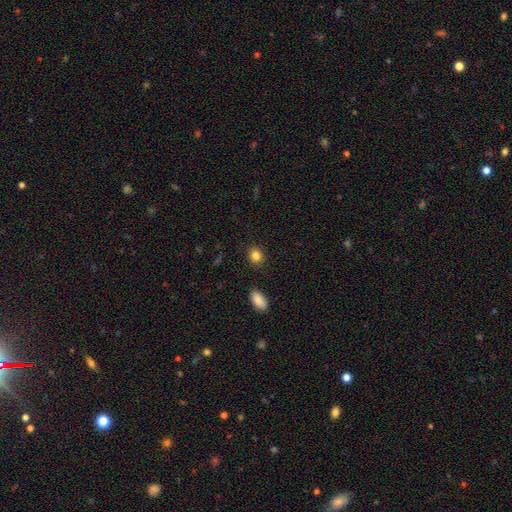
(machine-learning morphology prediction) This appears to be a smooth galaxy with no disk features (85%) that is round (63%). Merging: none (89%).